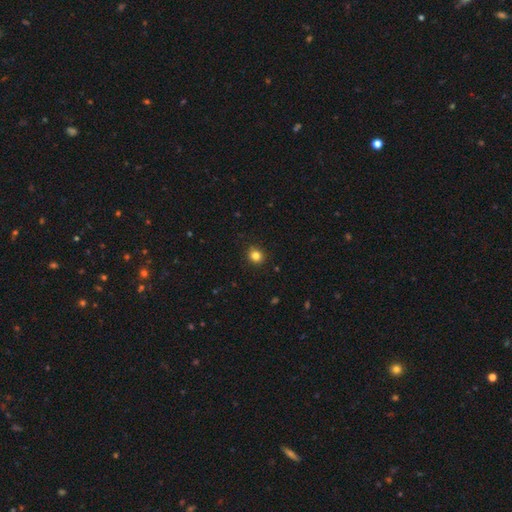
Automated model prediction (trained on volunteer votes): A smooth galaxy with no disk features (83%) that is round (84%). Merging: none (91%).